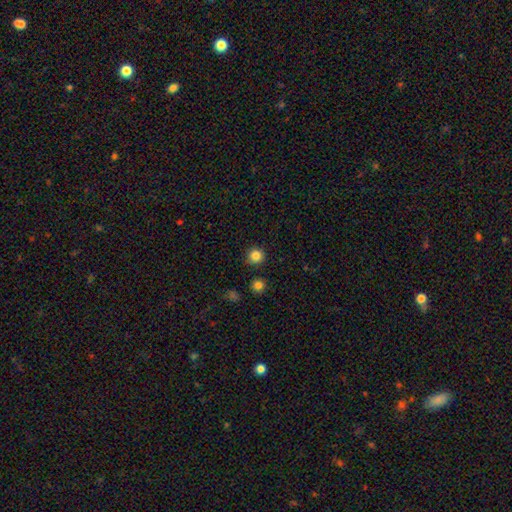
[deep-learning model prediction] The model was most divided on "smooth or featured": smooth: 84%, star or artifact: 12%, featured or disk: 4%. More confident: how rounded — round (95%); merging — none (89%).